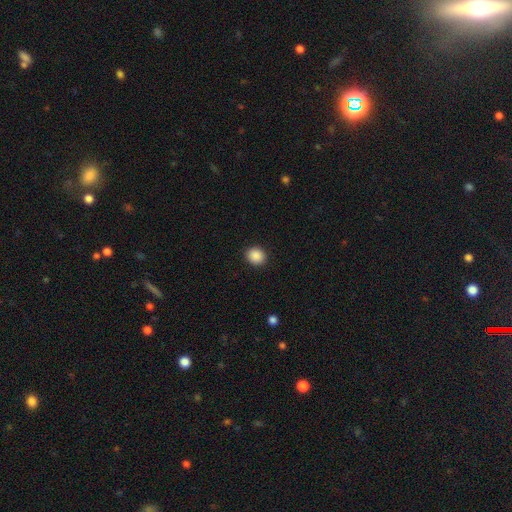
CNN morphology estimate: type=smooth (89%); roundness=round (77%); merging=none (91%).